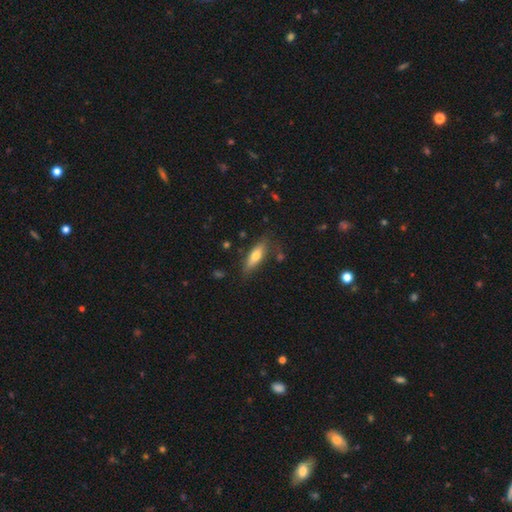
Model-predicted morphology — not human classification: Q: Smooth or featured?
A: smooth (65%); runner-up: featured or disk (29%)
Q: How rounded?
A: cigar-shaped (54%); runner-up: in between (44%)
Q: Merging?
A: none (77%); runner-up: minor disturbance (16%)